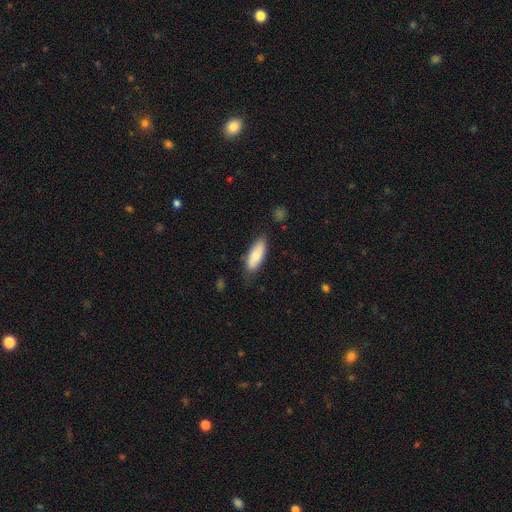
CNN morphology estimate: smooth_or_featured: smooth (p=0.77) [alt: featured or disk p=0.17]
how_rounded: in between (p=0.73) [alt: cigar-shaped p=0.25]
merging: none (p=0.77) [alt: minor disturbance p=0.18]